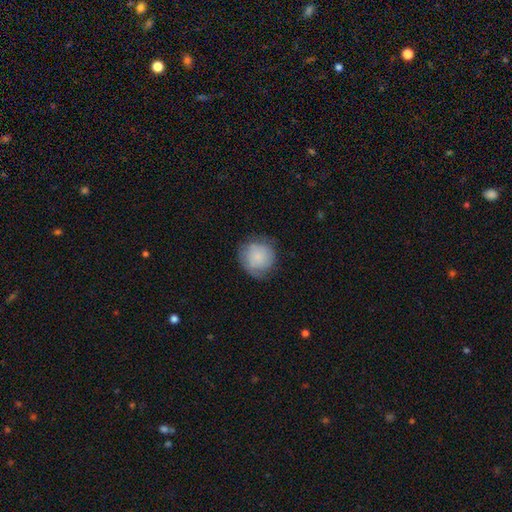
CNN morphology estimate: Q: Smooth or featured?
A: smooth (72%); runner-up: featured or disk (21%)
Q: How rounded?
A: round (91%); runner-up: in between (8%)
Q: Merging?
A: none (72%); runner-up: minor disturbance (20%)